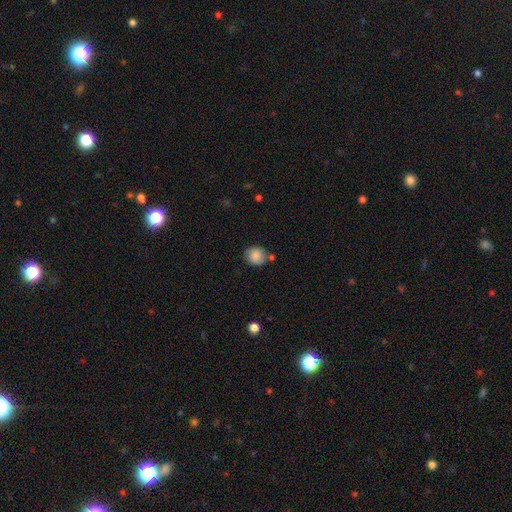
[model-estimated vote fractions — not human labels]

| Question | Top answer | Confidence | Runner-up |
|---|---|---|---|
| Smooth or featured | smooth | 79% | featured or disk (12%) |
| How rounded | round | 75% | in between (24%) |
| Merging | none | 66% | minor disturbance (19%) |